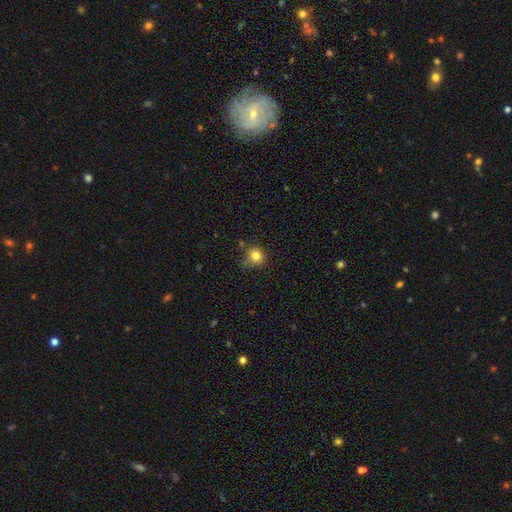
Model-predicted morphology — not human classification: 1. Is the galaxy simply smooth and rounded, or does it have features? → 81% smooth, 12% star or artifact, 7% featured or disk.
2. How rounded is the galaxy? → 83% round, 16% in between, 1% cigar-shaped.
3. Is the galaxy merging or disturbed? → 66% none, 23% minor disturbance, 6% major disturbance, 5% merger.